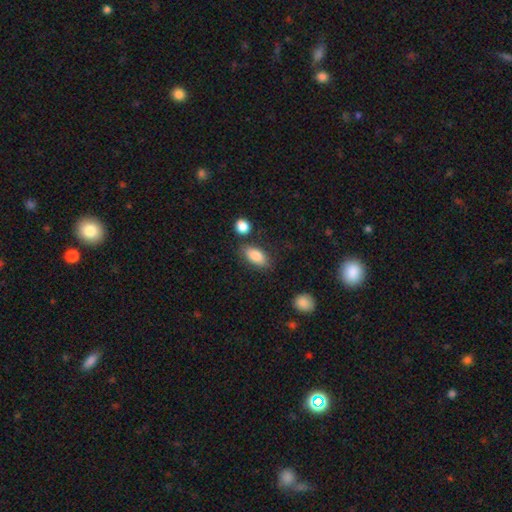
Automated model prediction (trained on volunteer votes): Smooth or featured? Predicted: smooth (p=0.85). How rounded? Predicted: in between (p=0.89). Merging? Predicted: none (p=0.75).